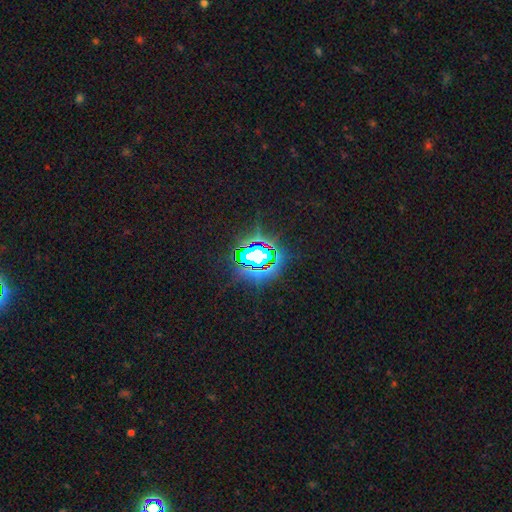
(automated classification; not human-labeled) A star or artifact, not a galaxy (75%).

Vote fractions:
- Smooth or featured? star or artifact: 75% / smooth: 13% / featured or disk: 12%